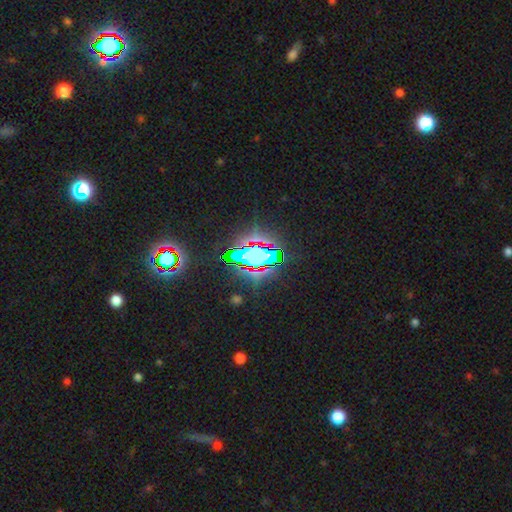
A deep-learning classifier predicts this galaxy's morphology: Smooth or featured: star or artifact — 70% (smooth — 19%)